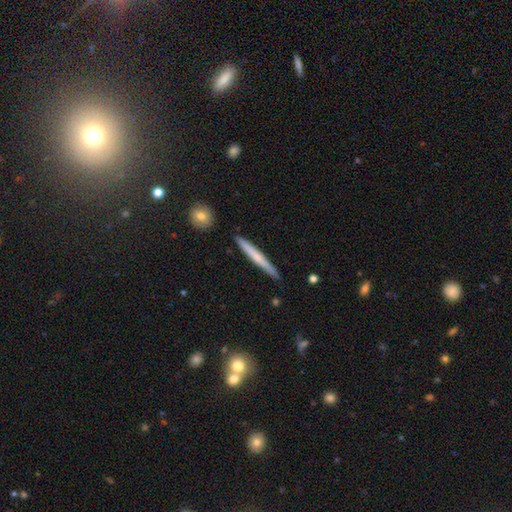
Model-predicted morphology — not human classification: Smooth or featured?
  - smooth: 53% *
  - featured or disk: 42%
  - star or artifact: 5%
How rounded?
  - cigar-shaped: 96% *
  - in between: 2%
  - round: 1%
Merging?
  - none: 89% *
  - minor disturbance: 8%
  - merger: 2%
  - major disturbance: 1%